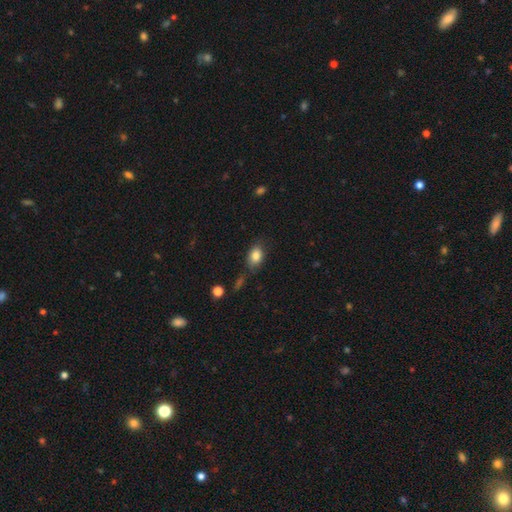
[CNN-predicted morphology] smooth_or_featured: smooth (p=0.84) [alt: star or artifact p=0.09]
how_rounded: in between (p=0.79) [alt: round p=0.19]
merging: none (p=0.71) [alt: minor disturbance p=0.18]